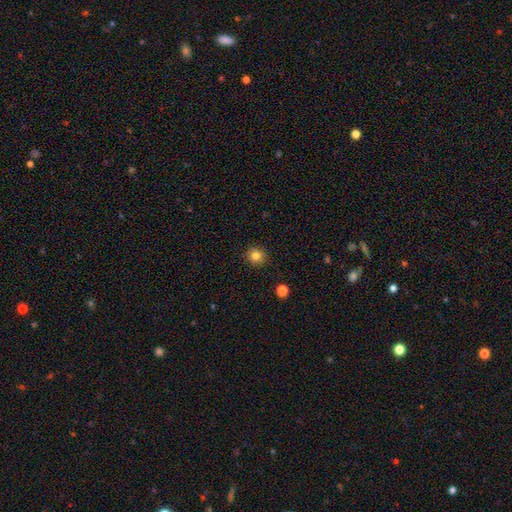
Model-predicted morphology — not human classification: smooth-or-featured: smooth: 82% | star or artifact: 12% | featured or disk: 6%
  how-rounded: round: 91% | in between: 8% | cigar-shaped: 1%
  merging: none: 90% | minor disturbance: 7% | major disturbance: 2% | merger: 1%